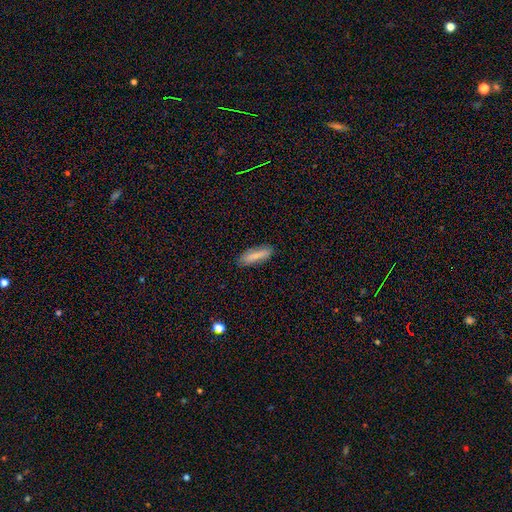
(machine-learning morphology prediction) Overall: smooth (78%). How rounded: cigar-shaped (53%; in between 45%). Merging: none (82%).